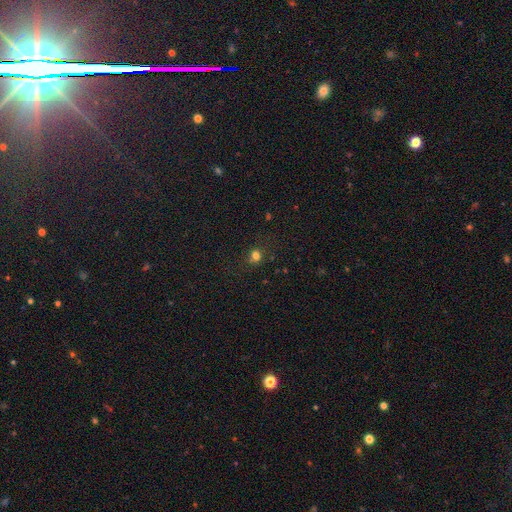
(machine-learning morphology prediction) Smooth or featured? Predicted: smooth (p=0.73). How rounded? Predicted: round (p=0.80). Merging? Predicted: none (p=0.74).